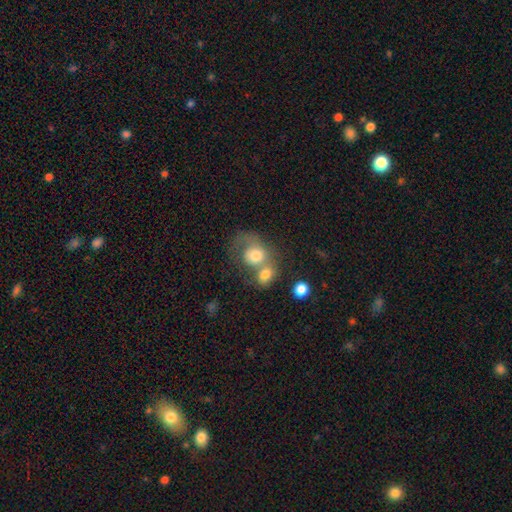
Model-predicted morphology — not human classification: Smooth or featured: smooth — 69% (featured or disk — 22%)
How rounded: round — 60% (in between — 39%)
Merging: merger — 60% (none — 18%)